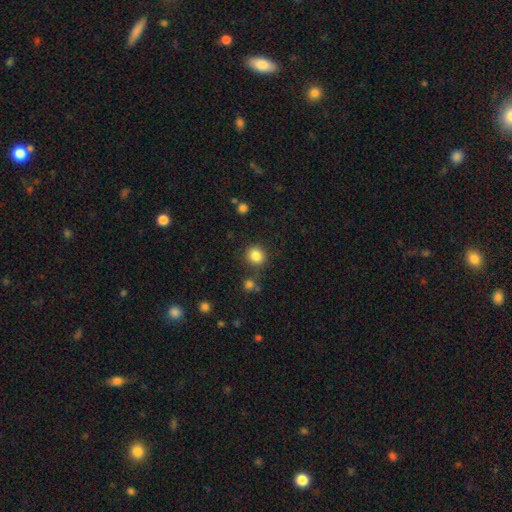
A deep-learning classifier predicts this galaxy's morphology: smooth_or_featured: smooth (p=0.85) [alt: star or artifact p=0.10]
how_rounded: round (p=0.87) [alt: in between p=0.12]
merging: none (p=0.85) [alt: minor disturbance p=0.08]